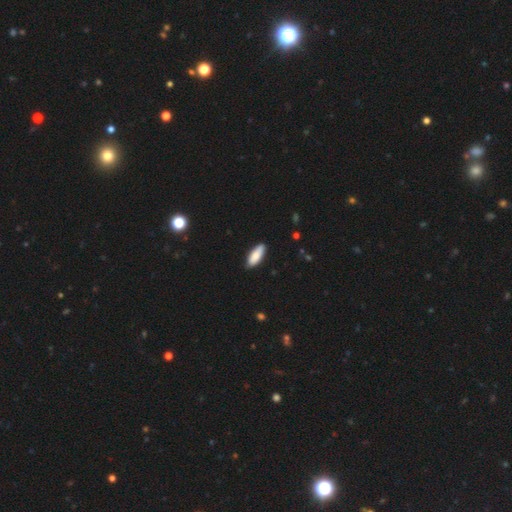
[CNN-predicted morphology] A smooth galaxy with no disk features (84%) that is in between round and cigar-shaped (68%).

Vote fractions:
- Smooth or featured? smooth: 84% / featured or disk: 10% / star or artifact: 6%
- How rounded? in between: 68% / cigar-shaped: 30% / round: 2%
- Merging? none: 85% / minor disturbance: 12% / major disturbance: 2% / merger: 1%